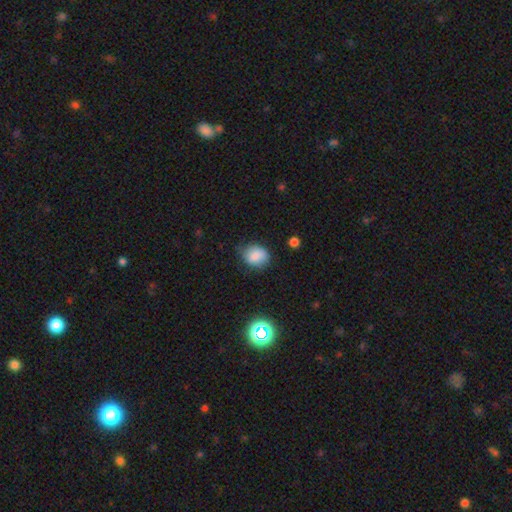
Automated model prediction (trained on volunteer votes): This appears to be a smooth galaxy with no disk features (82%) that is round (55%). Merging: none (68%).